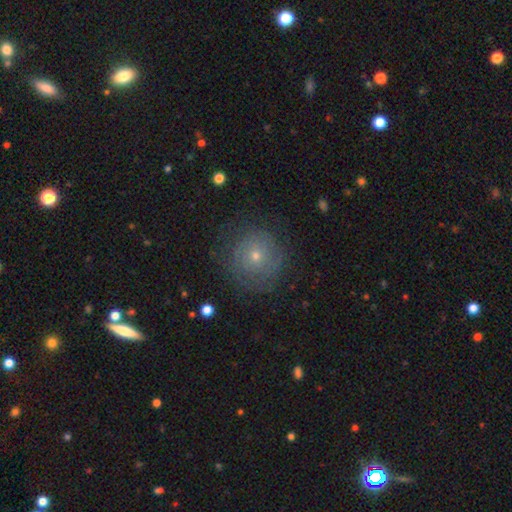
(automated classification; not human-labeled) smooth-or-featured: smooth: 47% | featured or disk: 42% | star or artifact: 11%
  merging: none: 74% | minor disturbance: 15% | major disturbance: 9% | merger: 1%